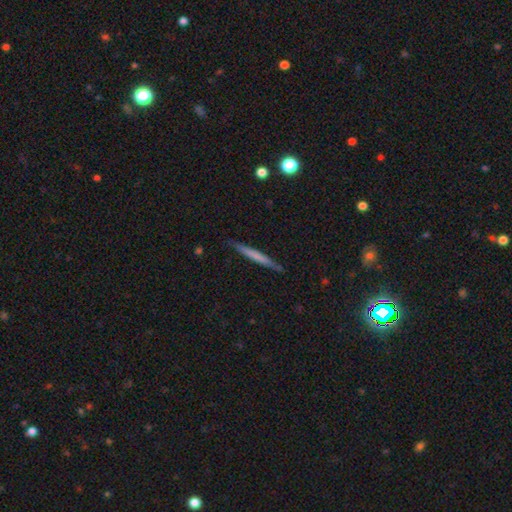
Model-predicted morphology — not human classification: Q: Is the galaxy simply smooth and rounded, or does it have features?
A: smooth — 55%.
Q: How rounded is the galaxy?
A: cigar-shaped — 96%.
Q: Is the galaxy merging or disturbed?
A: none — 89%.